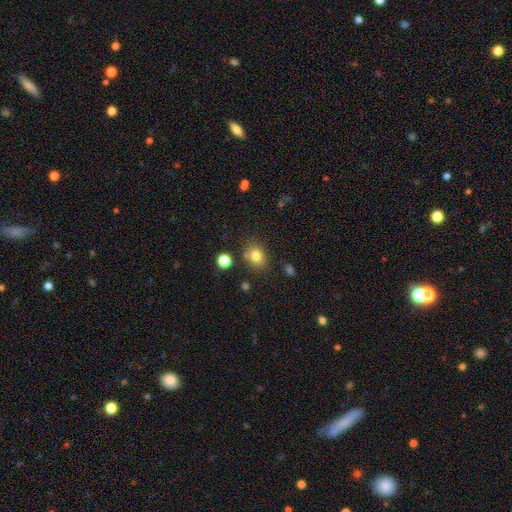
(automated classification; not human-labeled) smooth 80%, star or artifact 12%, featured or disk 8%. Down the decision tree: how rounded — round (53%); merging — none (77%).